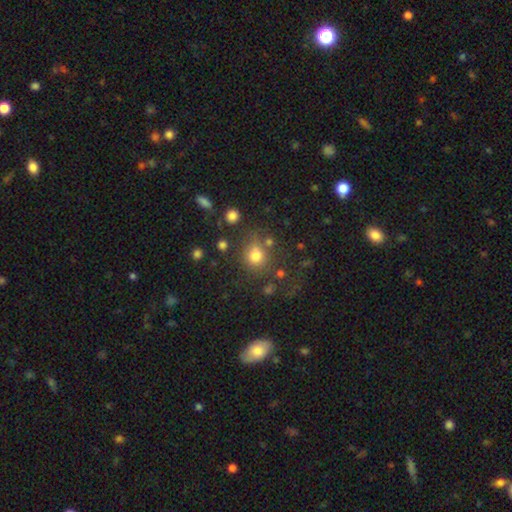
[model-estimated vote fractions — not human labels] Smooth or featured: smooth — 76% (star or artifact — 15%)
How rounded: round — 79% (in between — 20%)
Merging: none — 65% (minor disturbance — 15%)